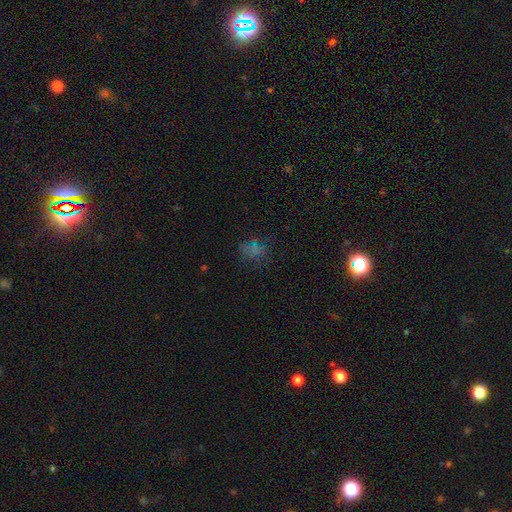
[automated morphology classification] Q: Smooth or featured?
A: smooth (48%); runner-up: star or artifact (38%)
Q: Merging?
A: none (71%); runner-up: minor disturbance (16%)